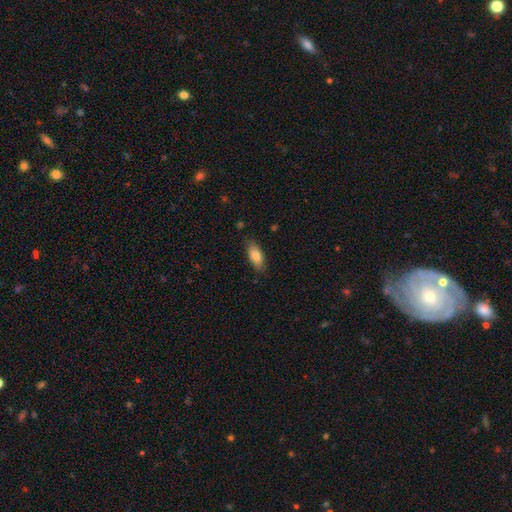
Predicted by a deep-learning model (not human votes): Overall: smooth (82%). How rounded: in between (87%). Merging: none (80%).